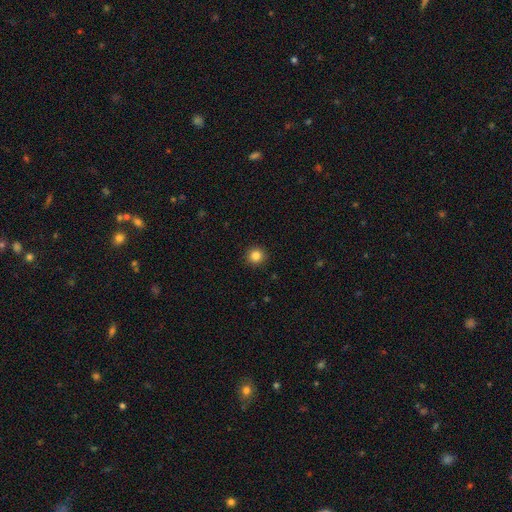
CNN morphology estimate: Smooth or featured?
  - smooth: 85% *
  - star or artifact: 11%
  - featured or disk: 4%
How rounded?
  - round: 93% *
  - in between: 6%
  - cigar-shaped: 1%
Merging?
  - none: 92% *
  - minor disturbance: 5%
  - major disturbance: 2%
  - merger: 1%